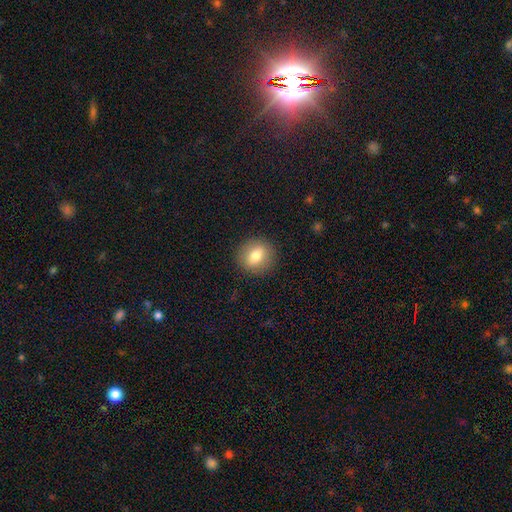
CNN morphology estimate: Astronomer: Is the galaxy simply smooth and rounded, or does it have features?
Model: smooth — 75%.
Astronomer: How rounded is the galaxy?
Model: round — 73%.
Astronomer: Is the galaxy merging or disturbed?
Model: none — 89%.